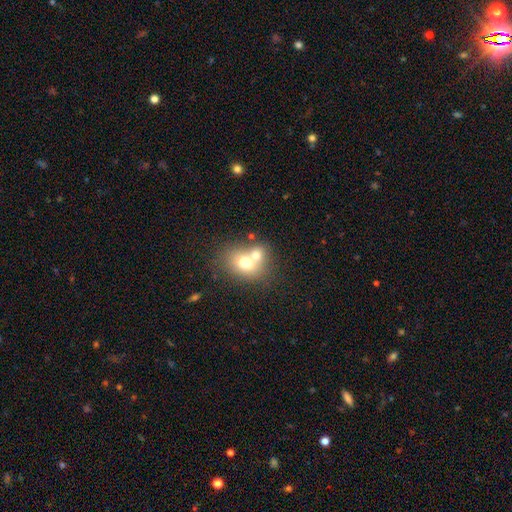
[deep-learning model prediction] smooth 67%, featured or disk 22%, star or artifact 10%. Down the decision tree: how rounded — in between (50%); merging — merger (63%).